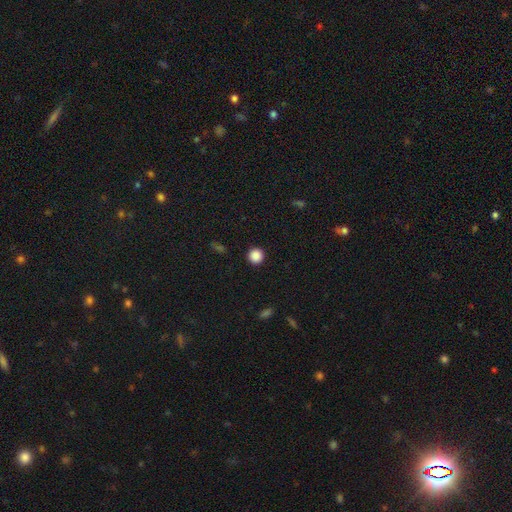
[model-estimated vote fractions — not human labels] Smooth or featured? smooth (88%)
How rounded? round (95%)
Merging? none (93%)